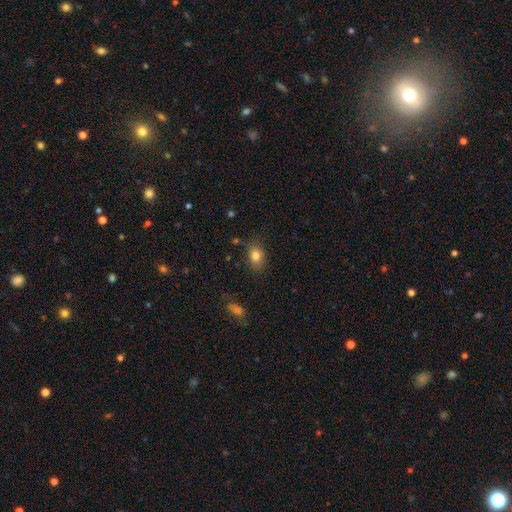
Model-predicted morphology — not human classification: type=smooth (82%); roundness=in between (74%); merging=none (78%).